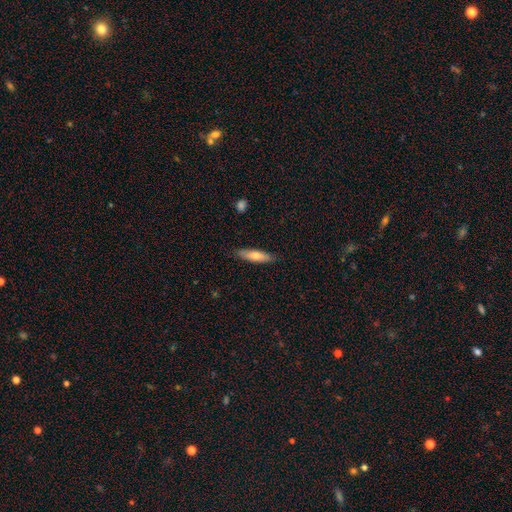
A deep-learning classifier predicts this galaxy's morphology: Smooth or featured? smooth (67%)
How rounded? cigar-shaped (66%)
Merging? none (86%)